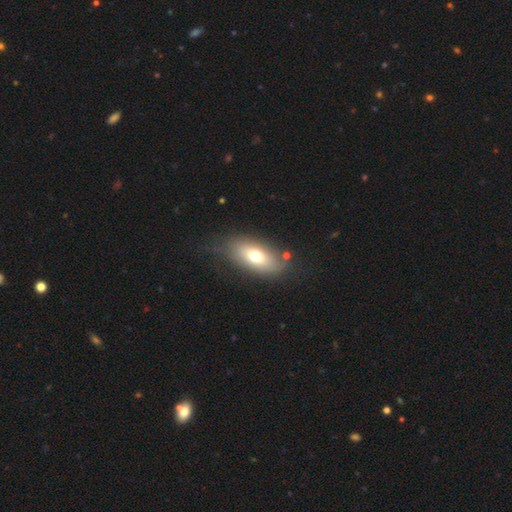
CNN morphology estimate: Q: Smooth or featured?
A: smooth (66%); runner-up: featured or disk (25%)
Q: How rounded?
A: in between (86%); runner-up: cigar-shaped (8%)
Q: Merging?
A: none (69%); runner-up: minor disturbance (18%)